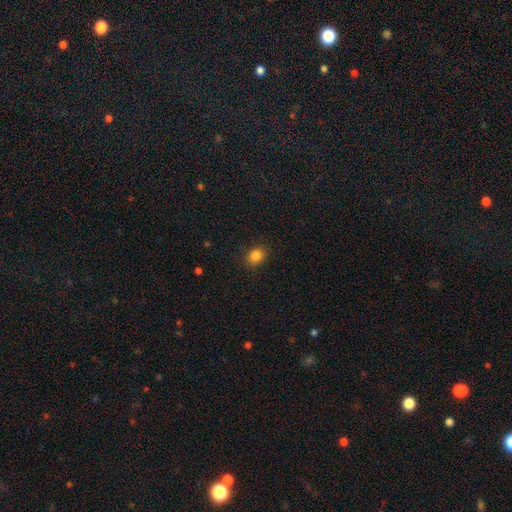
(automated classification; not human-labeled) Smooth or featured? smooth (85%)
How rounded? round (51%)
Merging? none (88%)